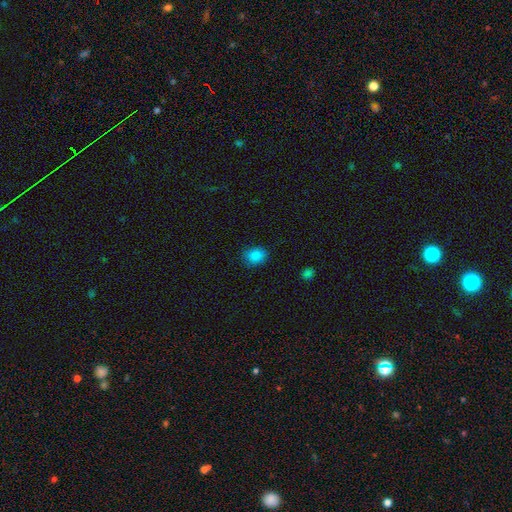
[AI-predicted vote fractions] smooth_or_featured: smooth (p=0.86) [alt: star or artifact p=0.11]
how_rounded: in between (p=0.50) [tied with: round p=0.50]
merging: none (p=0.81) [alt: minor disturbance p=0.15]